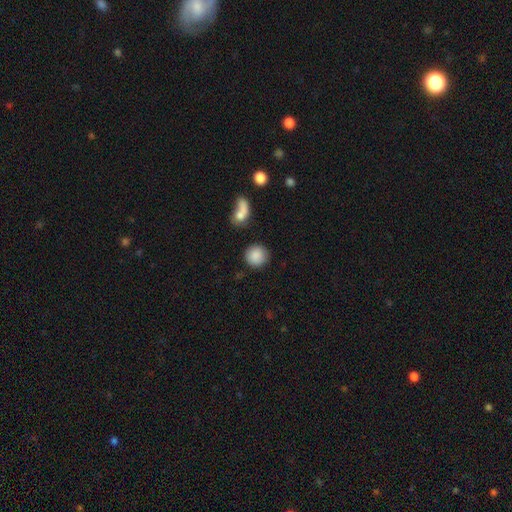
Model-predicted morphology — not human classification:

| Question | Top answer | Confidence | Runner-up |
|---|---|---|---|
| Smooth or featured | smooth | 87% | star or artifact (7%) |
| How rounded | round | 91% | in between (8%) |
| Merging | none | 83% | minor disturbance (8%) |